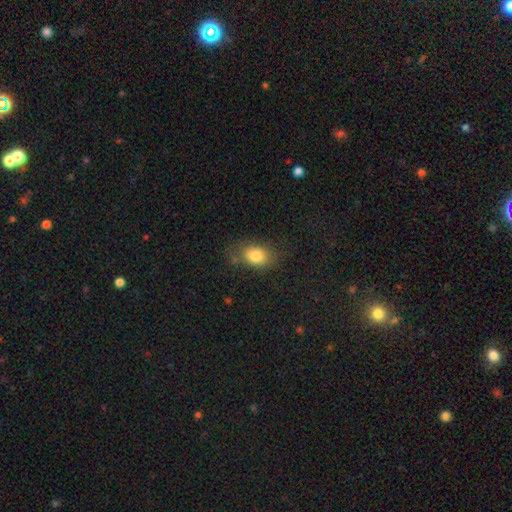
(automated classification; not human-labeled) A smooth galaxy with no disk features (81%) that is in between round and cigar-shaped (77%). Merging: none (71%).